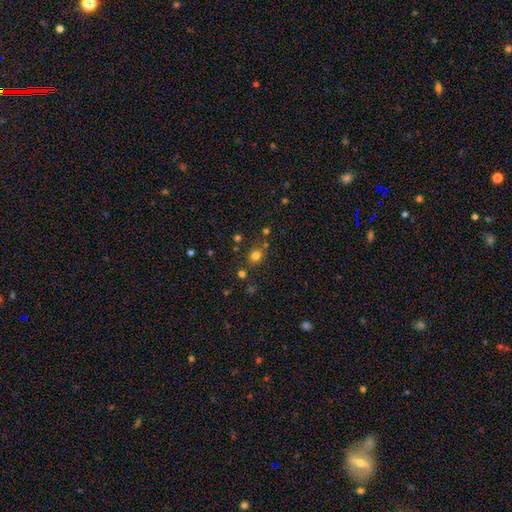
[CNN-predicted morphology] This is likely a smooth galaxy (75%). How rounded: likely round (72%). Merging: likely none (77%).